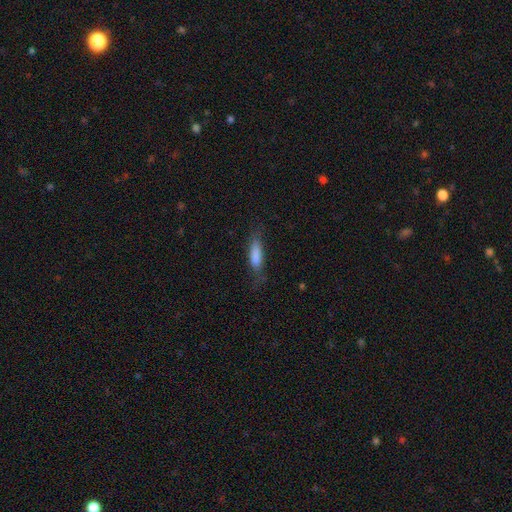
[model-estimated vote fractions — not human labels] This appears to be a smooth galaxy with no disk features (80%) that is cigar-shaped (59%). Merging: none (69%).